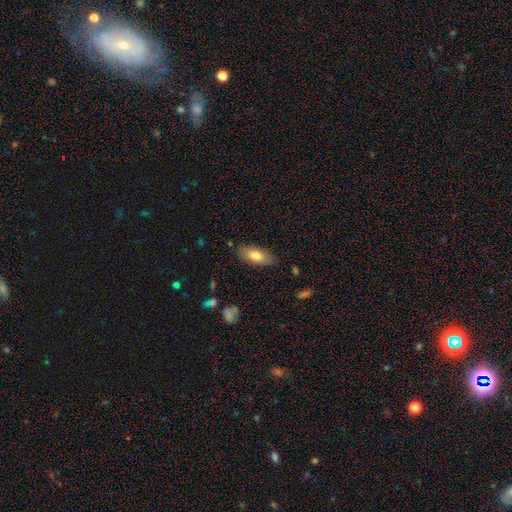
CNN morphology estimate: A smooth galaxy with no disk features (77%) that is in between round and cigar-shaped (81%).

Vote fractions:
- Smooth or featured? smooth: 77% / featured or disk: 17% / star or artifact: 6%
- How rounded? in between: 81% / cigar-shaped: 17% / round: 2%
- Merging? none: 84% / minor disturbance: 12% / major disturbance: 3% / merger: 1%